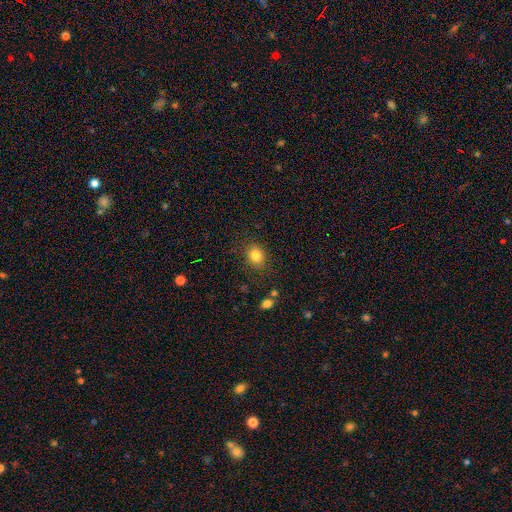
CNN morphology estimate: Q: Smooth or featured?
A: smooth (83%); runner-up: star or artifact (11%)
Q: How rounded?
A: round (54%); runner-up: in between (45%)
Q: Merging?
A: none (83%); runner-up: minor disturbance (11%)